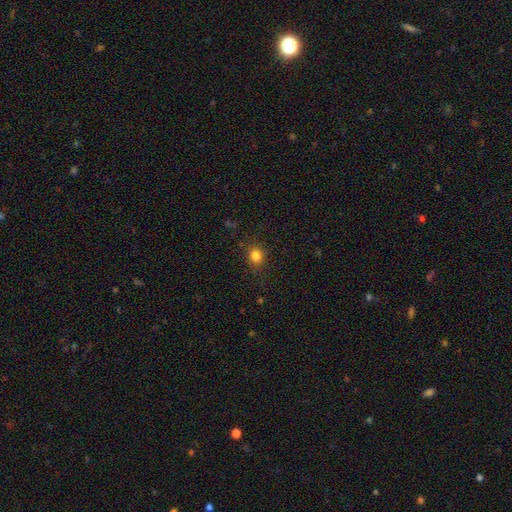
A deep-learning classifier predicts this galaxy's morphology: A smooth galaxy with no disk features (83%) that is round (73%).

Vote fractions:
- Smooth or featured? smooth: 83% / star or artifact: 13% / featured or disk: 5%
- How rounded? round: 73% / in between: 26% / cigar-shaped: 1%
- Merging? none: 85% / minor disturbance: 11% / major disturbance: 3% / merger: 1%